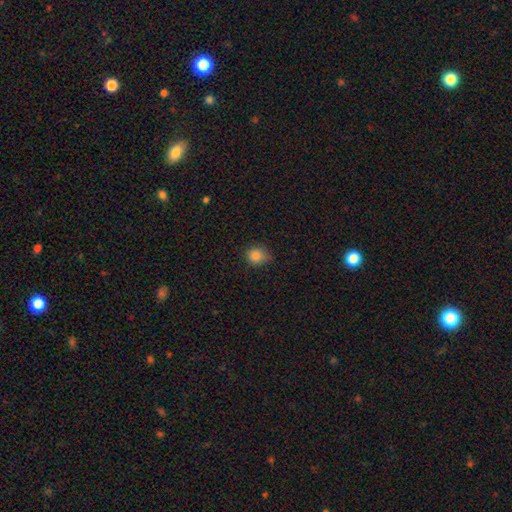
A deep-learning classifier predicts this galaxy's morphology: Smooth or featured? smooth (83%)
How rounded? round (70%)
Merging? none (73%)